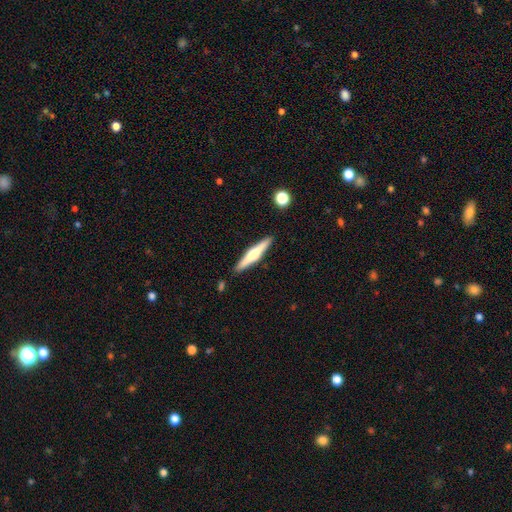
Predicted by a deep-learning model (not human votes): smooth_or_featured: featured or disk (p=0.61) [alt: smooth p=0.34]
disk_edge_on: yes (p=0.97) [alt: no p=0.03]
edge_on_bulge: rounded (p=0.87) [alt: boxy p=0.08]
merging: none (p=0.90) [alt: minor disturbance p=0.07]